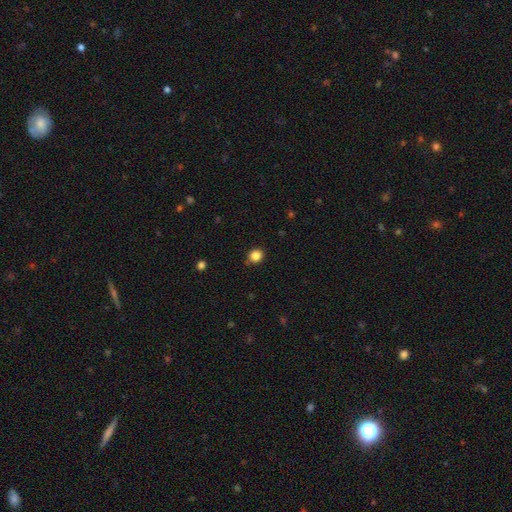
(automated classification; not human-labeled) Smooth or featured?
  - smooth: 84% *
  - star or artifact: 12%
  - featured or disk: 4%
How rounded?
  - round: 83% *
  - in between: 16%
  - cigar-shaped: 1%
Merging?
  - none: 85% *
  - minor disturbance: 11%
  - major disturbance: 2%
  - merger: 2%